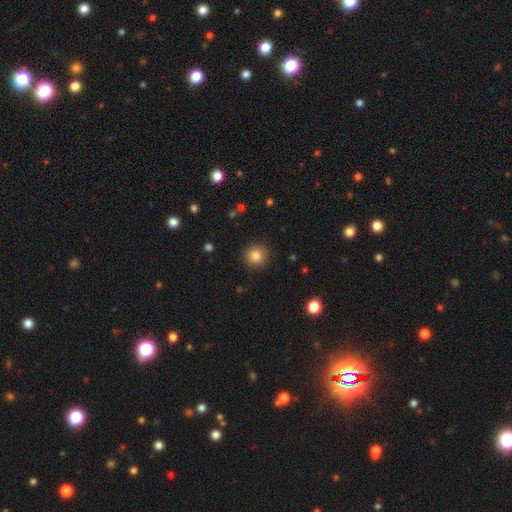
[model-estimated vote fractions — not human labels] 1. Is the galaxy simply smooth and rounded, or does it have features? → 83% smooth, 10% star or artifact, 7% featured or disk.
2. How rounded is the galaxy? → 93% round, 6% in between, 1% cigar-shaped.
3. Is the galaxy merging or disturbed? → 91% none, 6% minor disturbance, 2% major disturbance, 1% merger.